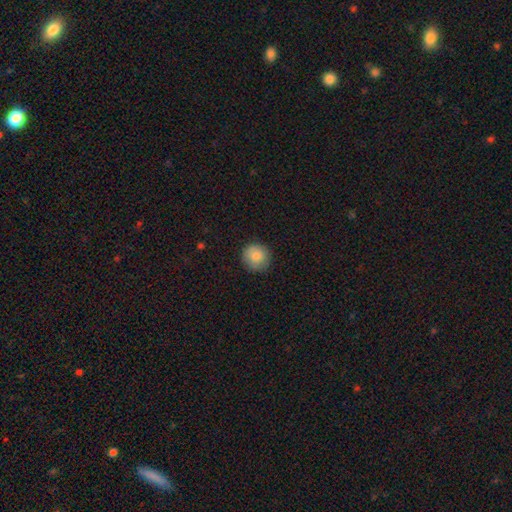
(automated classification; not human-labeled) Morphology: type=smooth (85%); roundness=round (93%); merging=none (85%).